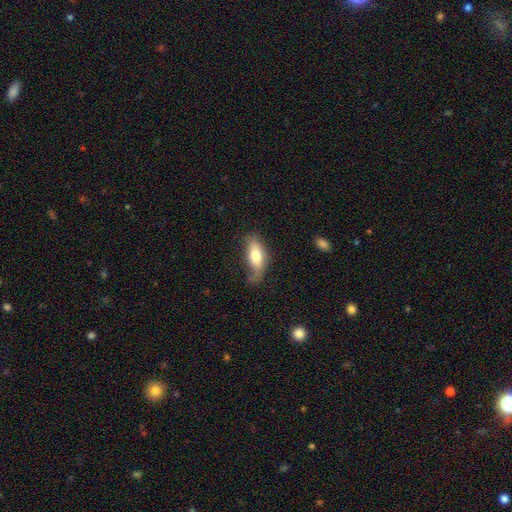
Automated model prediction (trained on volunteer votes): This is likely a smooth galaxy (70%). How rounded: clearly in between (82%). Merging: marginally none (43%).